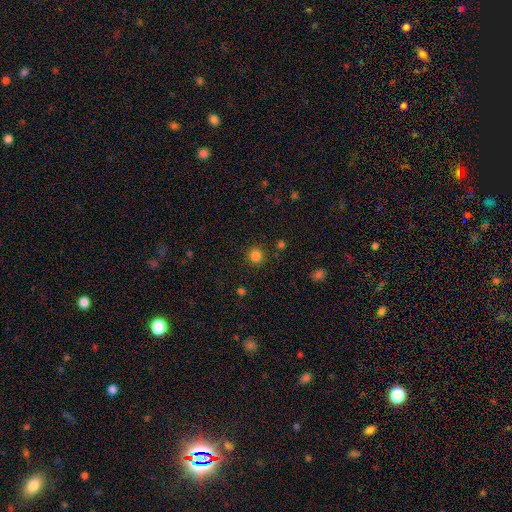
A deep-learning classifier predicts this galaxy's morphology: Q: Smooth or featured?
A: smooth (83%); runner-up: star or artifact (13%)
Q: How rounded?
A: round (93%); runner-up: in between (6%)
Q: Merging?
A: none (89%); runner-up: minor disturbance (7%)